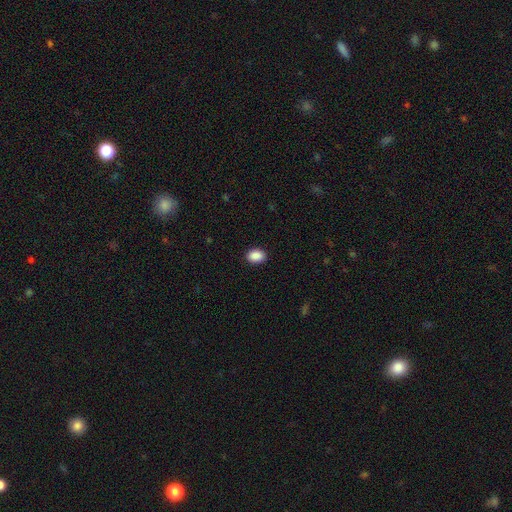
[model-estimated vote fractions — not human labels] Smooth or featured? smooth (90%)
How rounded? in between (78%)
Merging? none (90%)